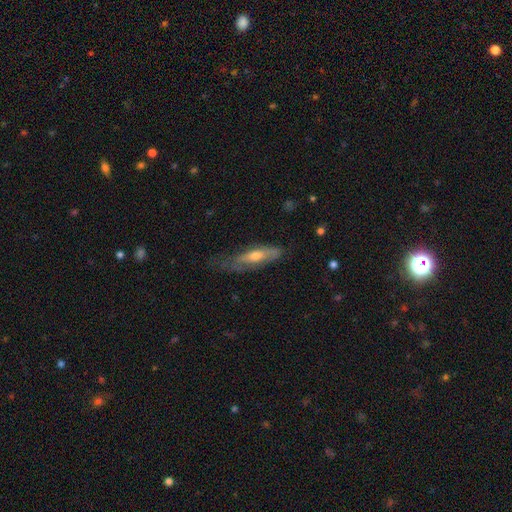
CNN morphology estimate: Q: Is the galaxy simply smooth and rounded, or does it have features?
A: smooth — 47%, tied with featured or disk.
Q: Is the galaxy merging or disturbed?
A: none — 48%.